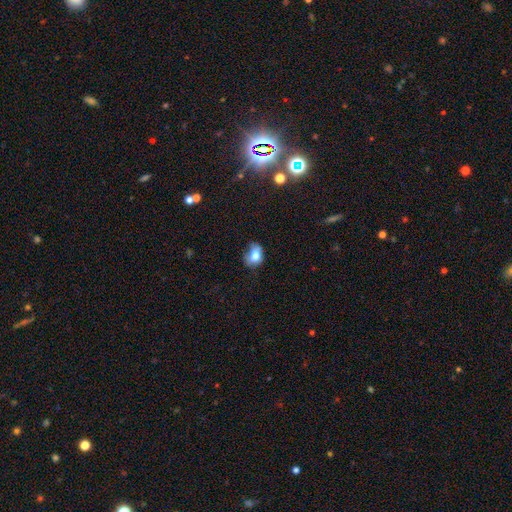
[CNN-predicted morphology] type=smooth (72%); roundness=in between (60%); merging=minor disturbance (38%).